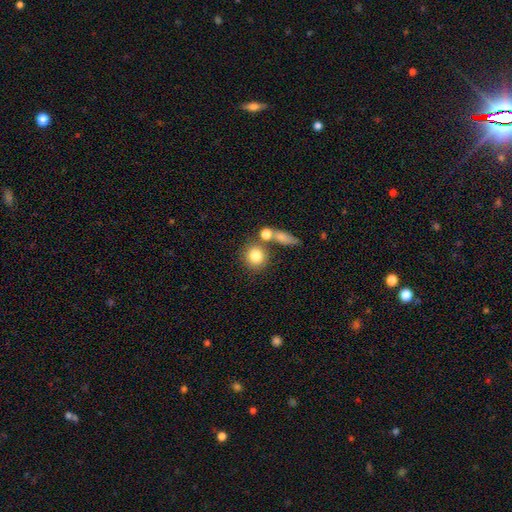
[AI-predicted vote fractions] Morphology: type=smooth (80%); roundness=round (86%); merging=none (63%).